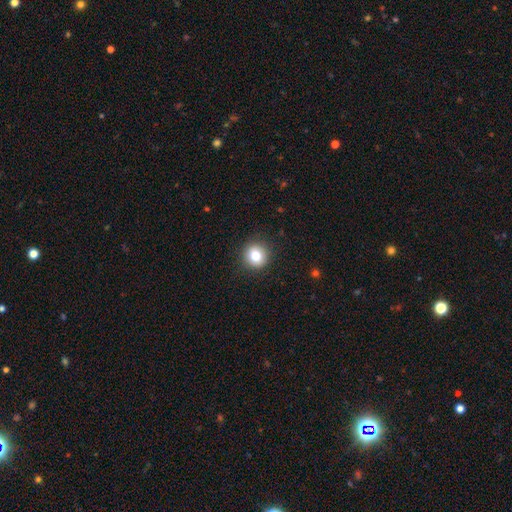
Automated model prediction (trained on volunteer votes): Smooth or featured? Predicted: smooth (p=0.83). How rounded? Predicted: round (p=0.88). Merging? Predicted: none (p=0.90).